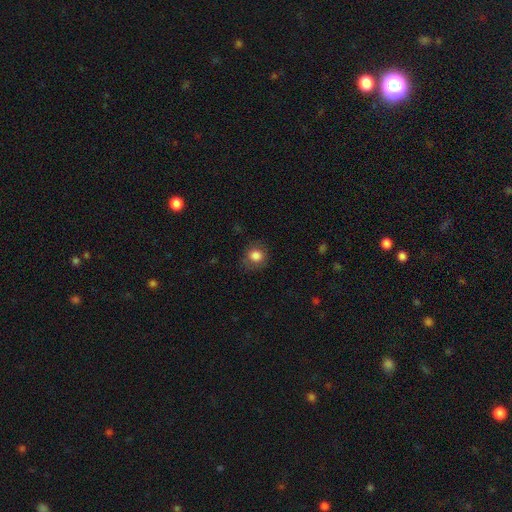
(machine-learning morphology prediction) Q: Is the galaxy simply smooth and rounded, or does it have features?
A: smooth — 82%.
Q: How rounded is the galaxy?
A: round — 84%.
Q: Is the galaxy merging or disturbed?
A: none — 81%.